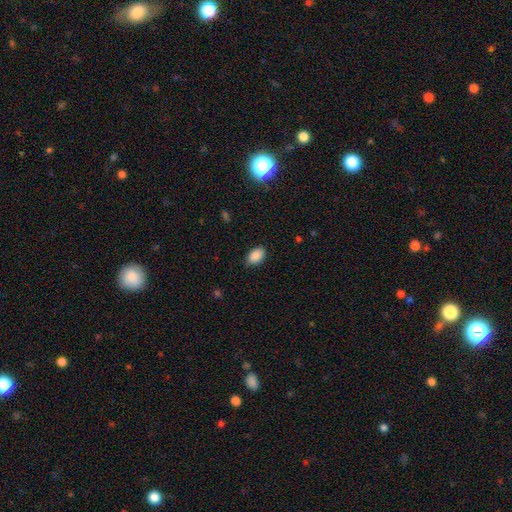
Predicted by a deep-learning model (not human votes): Smooth or featured: smooth — 88% (star or artifact — 8%)
How rounded: in between — 88% (round — 11%)
Merging: none — 85% (minor disturbance — 12%)